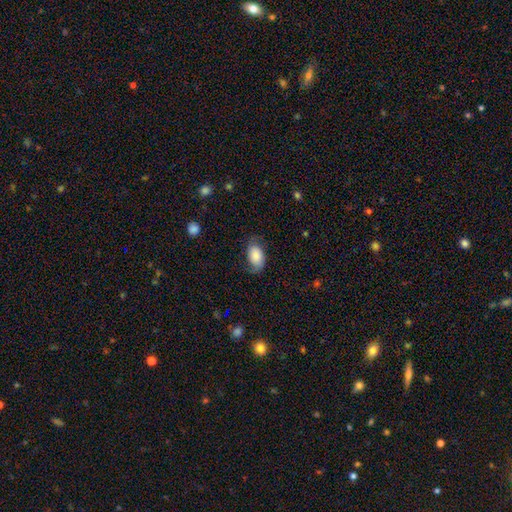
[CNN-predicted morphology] smooth-or-featured: smooth: 60% | featured or disk: 32% | star or artifact: 8%
  how-rounded: in between: 90% | round: 8% | cigar-shaped: 1%
  merging: none: 64% | minor disturbance: 24% | major disturbance: 11% | merger: 1%